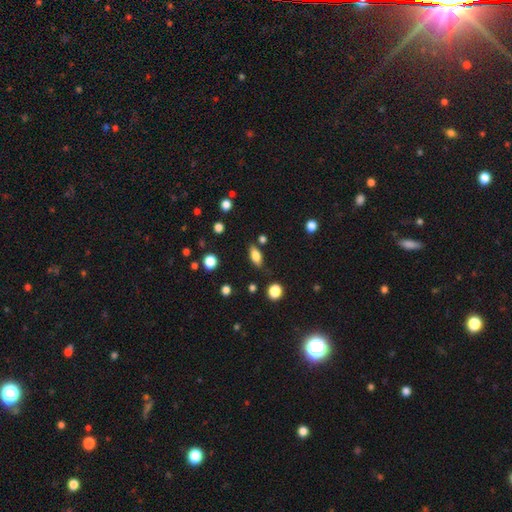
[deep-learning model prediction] This is likely a smooth galaxy (75%). How rounded: clearly in between (82%). Merging: likely none (78%).